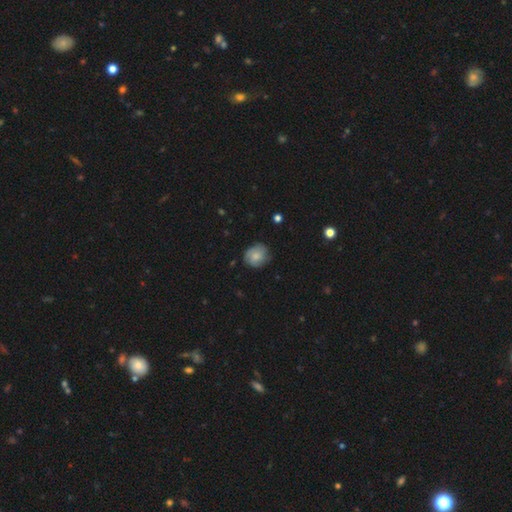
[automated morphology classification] This is likely a smooth galaxy (74%). How rounded: likely round (77%). Merging: likely none (74%).